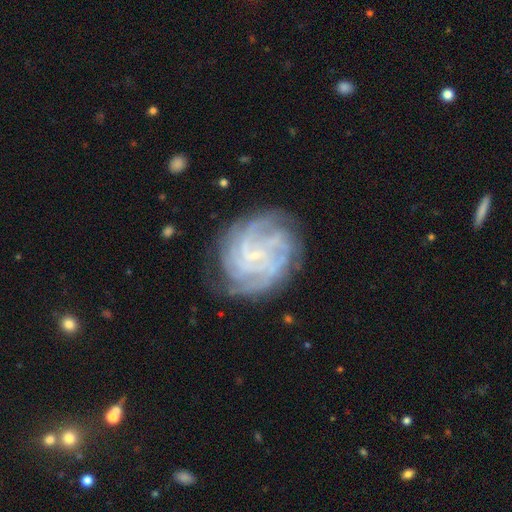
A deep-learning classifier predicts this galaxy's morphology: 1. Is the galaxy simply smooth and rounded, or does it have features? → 86% featured or disk, 8% smooth, 7% star or artifact.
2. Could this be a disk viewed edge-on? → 98% no, 2% yes.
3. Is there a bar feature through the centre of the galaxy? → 44% weak, 43% no, 13% strong.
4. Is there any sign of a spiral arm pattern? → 96% yes, 4% no.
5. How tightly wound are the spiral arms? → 69% tight, 26% medium, 5% loose.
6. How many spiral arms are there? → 29% can't tell, 25% 4, 16% 3, 13% more than 4, 11% 2, 7% 1.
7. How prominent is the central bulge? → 72% small, 18% none, 8% moderate, 1% large, 1% dominant.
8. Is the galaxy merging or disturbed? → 75% none, 16% minor disturbance, 7% major disturbance, 2% merger.